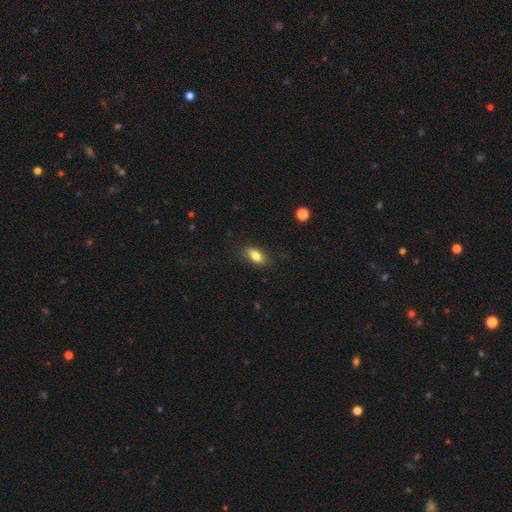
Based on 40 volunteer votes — This is clearly a smooth galaxy (88%). How rounded: clearly in between (83%). Merging: clearly none (84%).